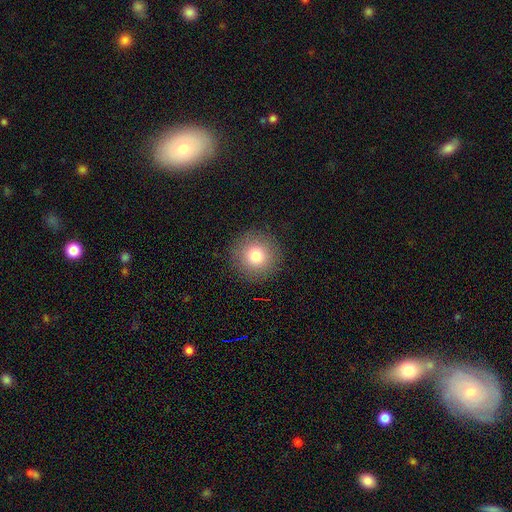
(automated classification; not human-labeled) This is likely a smooth galaxy (80%). How rounded: clearly round (95%). Merging: clearly none (91%).